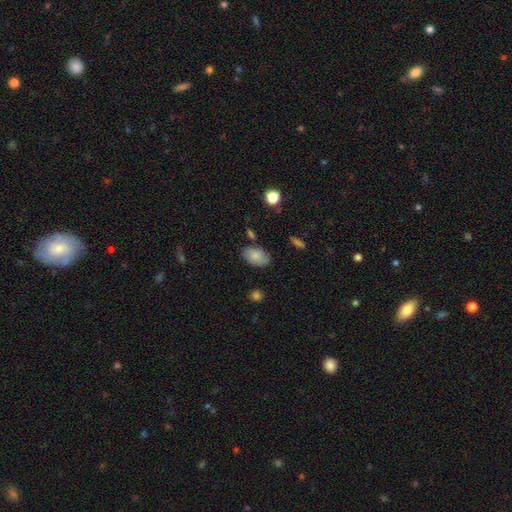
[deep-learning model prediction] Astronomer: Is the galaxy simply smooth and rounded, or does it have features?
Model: smooth — 81%.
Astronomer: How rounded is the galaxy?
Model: in between — 92%.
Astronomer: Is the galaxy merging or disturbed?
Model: none — 78%.